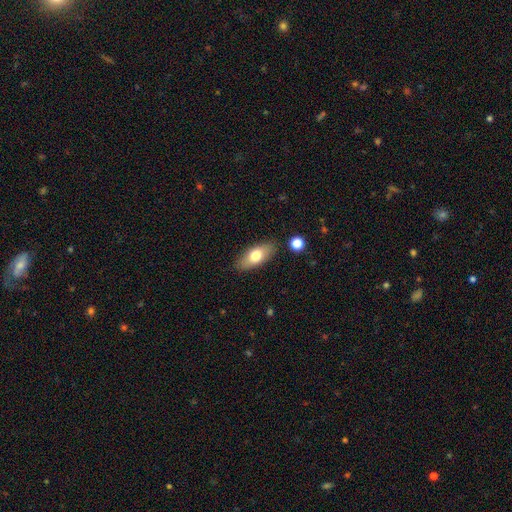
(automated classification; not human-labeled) This appears to be a smooth galaxy with no disk features (71%) that is in between round and cigar-shaped (82%). Merging: none (85%).